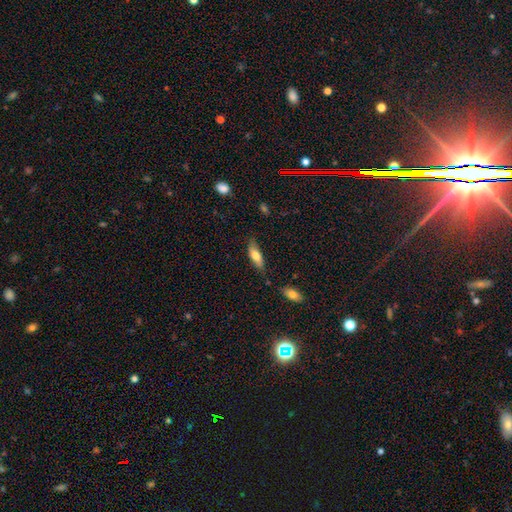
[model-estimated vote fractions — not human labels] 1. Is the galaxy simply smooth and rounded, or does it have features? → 72% smooth, 22% featured or disk, 6% star or artifact.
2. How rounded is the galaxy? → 63% in between, 35% cigar-shaped, 2% round.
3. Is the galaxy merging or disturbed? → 73% none, 20% minor disturbance, 4% major disturbance, 3% merger.